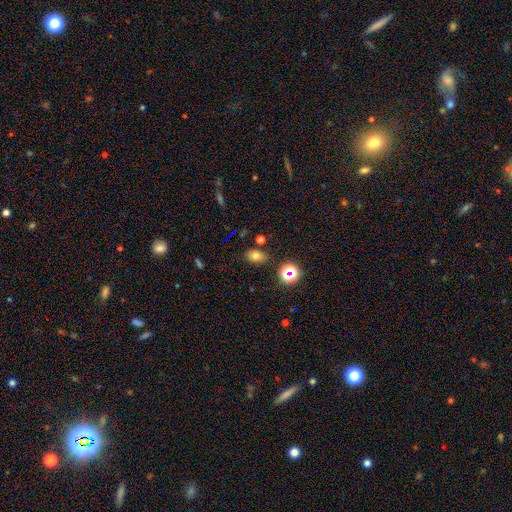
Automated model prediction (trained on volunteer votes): smooth 71%, star or artifact 18%, featured or disk 11%. Down the decision tree: how rounded — in between (75%); merging — none (81%).